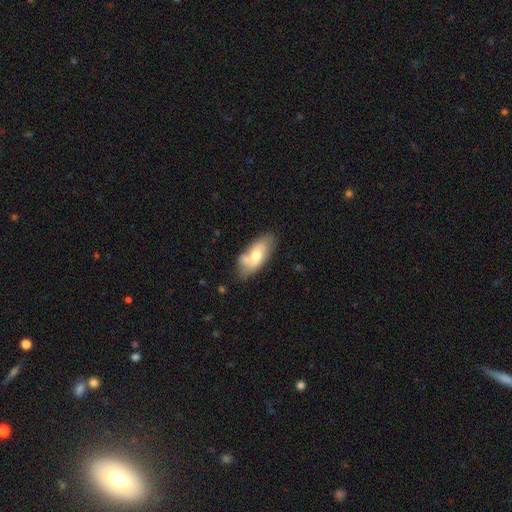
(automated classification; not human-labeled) Overall: smooth (58%; featured or disk 36%). How rounded: in between (87%). Merging: none (52%; minor disturbance 23%).